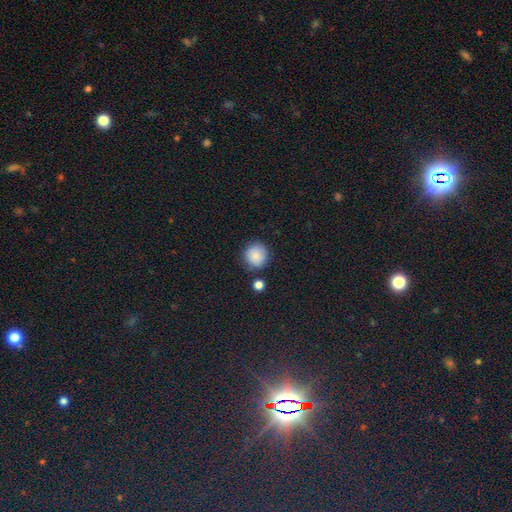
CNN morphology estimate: smooth-or-featured: smooth: 84% | star or artifact: 10% | featured or disk: 6%
  how-rounded: round: 92% | in between: 7% | cigar-shaped: 1%
  merging: none: 82% | minor disturbance: 11% | merger: 4% | major disturbance: 3%